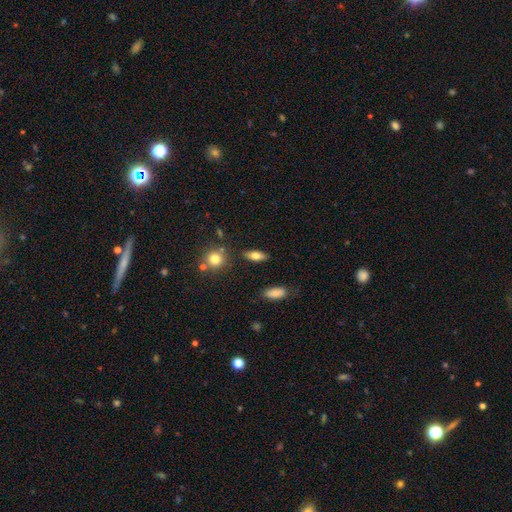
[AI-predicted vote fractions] Smooth or featured? smooth (70%)
How rounded? in between (74%)
Merging? none (84%)